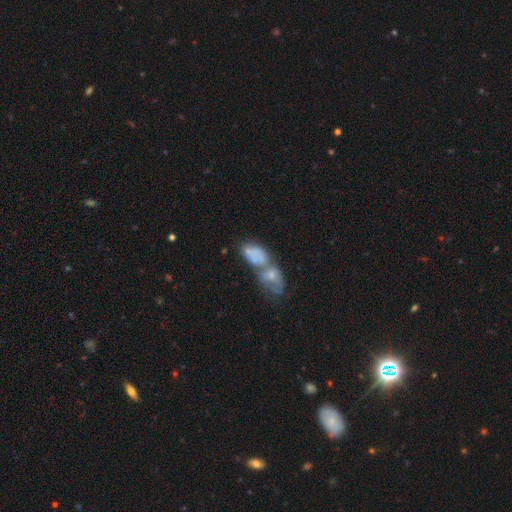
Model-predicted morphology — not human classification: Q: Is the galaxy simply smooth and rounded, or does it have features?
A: smooth — 62%.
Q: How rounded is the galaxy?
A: in between — 87%.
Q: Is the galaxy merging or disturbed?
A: merger — 73%.